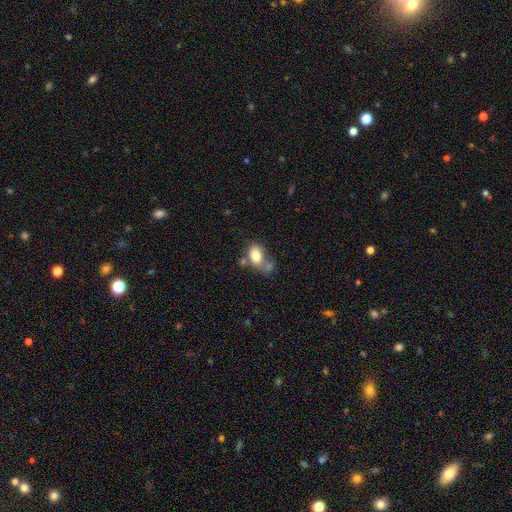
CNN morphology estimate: The model was most divided on "merging": none: 38%, merger: 31%, minor disturbance: 19%, major disturbance: 11%. More confident: how rounded — in between (80%); smooth or featured — smooth (79%).